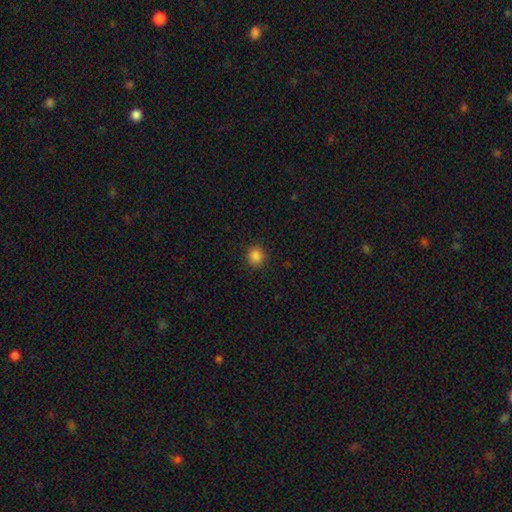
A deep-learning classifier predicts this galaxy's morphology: This appears to be a smooth galaxy with no disk features (86%) that is round (86%). Merging: none (90%).